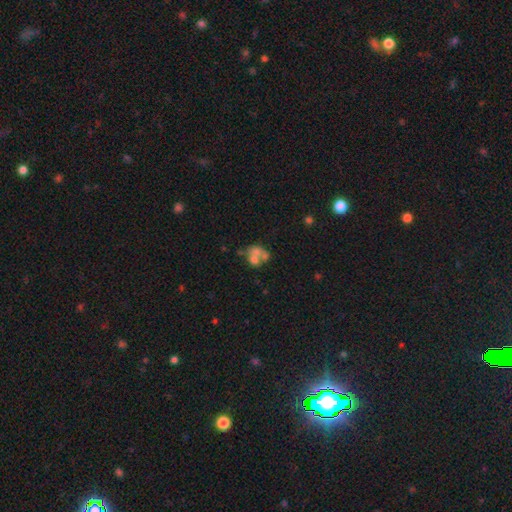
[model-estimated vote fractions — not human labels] This is possibly a smooth galaxy (47%). Merging: possibly merger (57%).